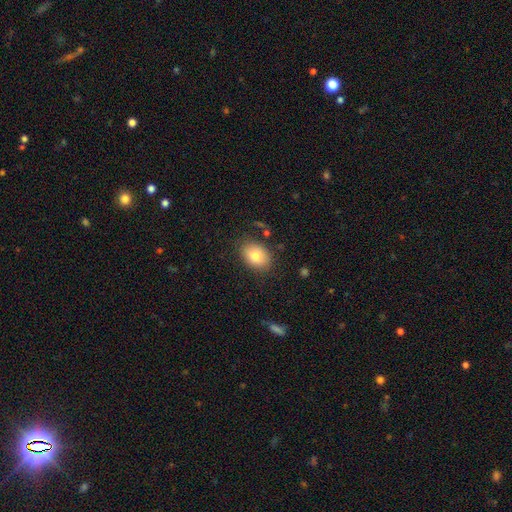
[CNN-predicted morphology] The model was most divided on "how rounded": in between: 76%, round: 23%, cigar-shaped: 1%. More confident: merging — none (82%); smooth or featured — smooth (79%).